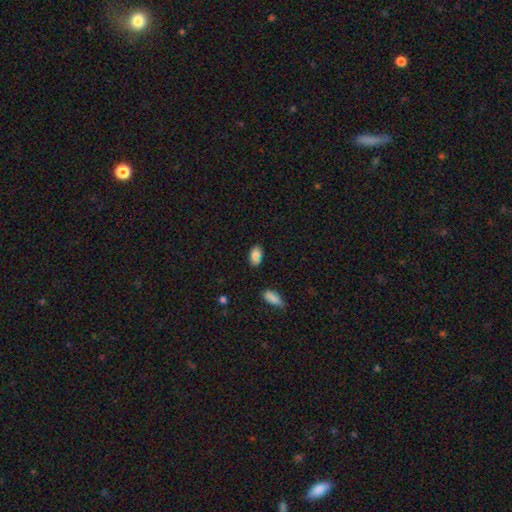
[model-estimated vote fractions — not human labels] This appears to be a smooth galaxy with no disk features (82%) that is in between round and cigar-shaped (91%). Merging: none (77%).